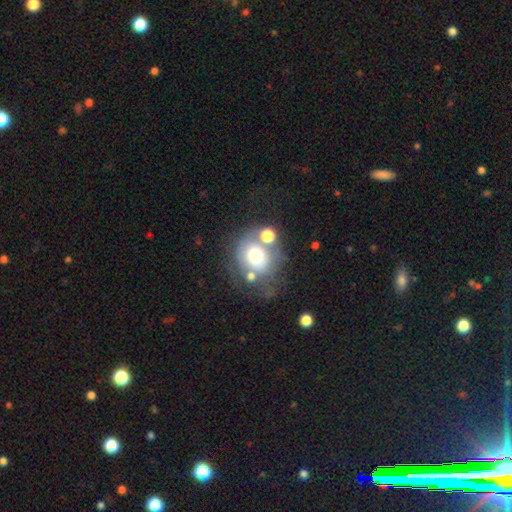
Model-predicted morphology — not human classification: Overall: smooth (57%; featured or disk 31%). How rounded: round (76%). Merging: none (45%; merger 19%).